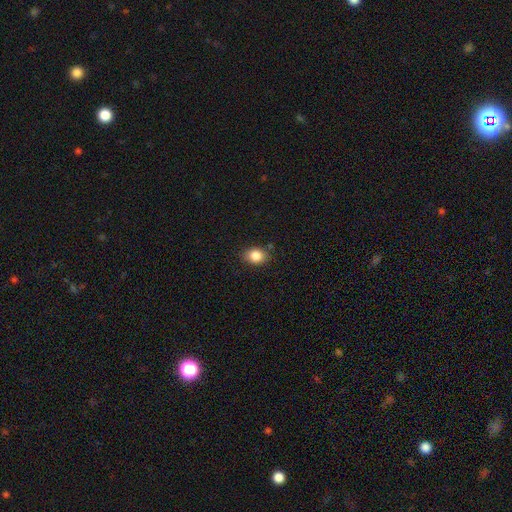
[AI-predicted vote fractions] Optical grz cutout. It shows a smooth galaxy with no disk features (86%) that is in between round and cigar-shaped (61%). Merging: none (82%).